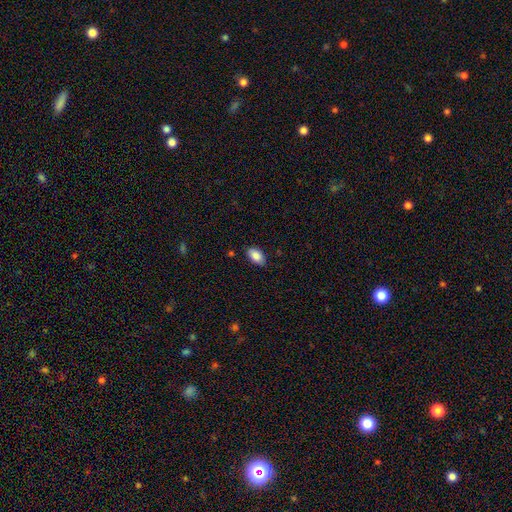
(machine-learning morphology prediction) The model was most divided on "merging": none: 84%, minor disturbance: 12%, major disturbance: 2%, merger: 1%. More confident: how rounded — in between (93%); smooth or featured — smooth (87%).